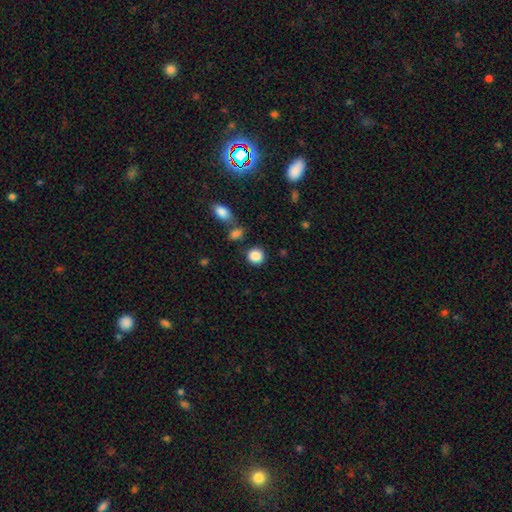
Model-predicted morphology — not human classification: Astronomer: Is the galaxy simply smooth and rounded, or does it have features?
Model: smooth — 87%.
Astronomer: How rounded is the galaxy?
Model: round — 86%.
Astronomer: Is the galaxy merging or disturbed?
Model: none — 81%.